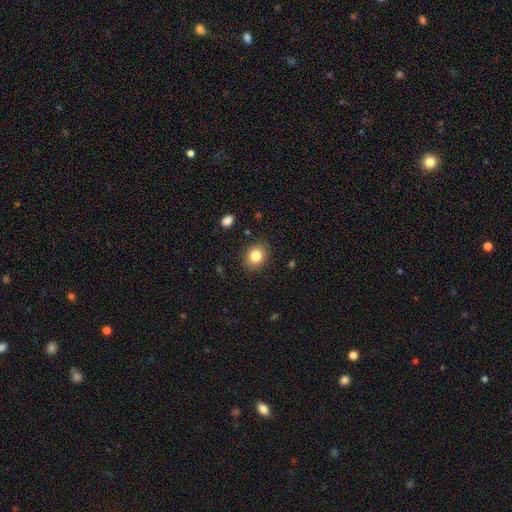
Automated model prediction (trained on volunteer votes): This is clearly a smooth galaxy (84%). How rounded: possibly round (58%). Merging: clearly none (88%).